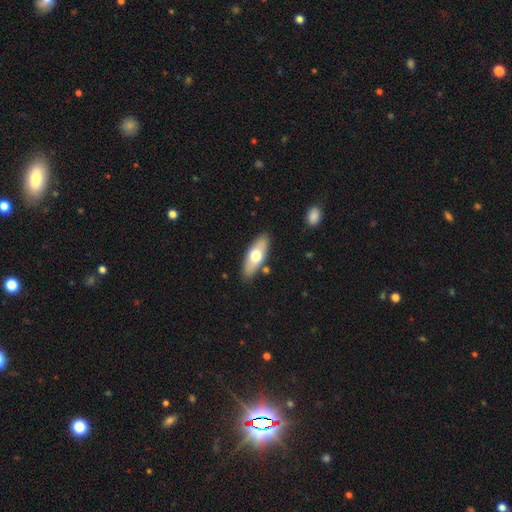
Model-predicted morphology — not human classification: smooth_or_featured: smooth (p=0.61) [alt: featured or disk p=0.34]
how_rounded: in between (p=0.73) [alt: cigar-shaped p=0.24]
merging: none (p=0.84) [alt: minor disturbance p=0.11]